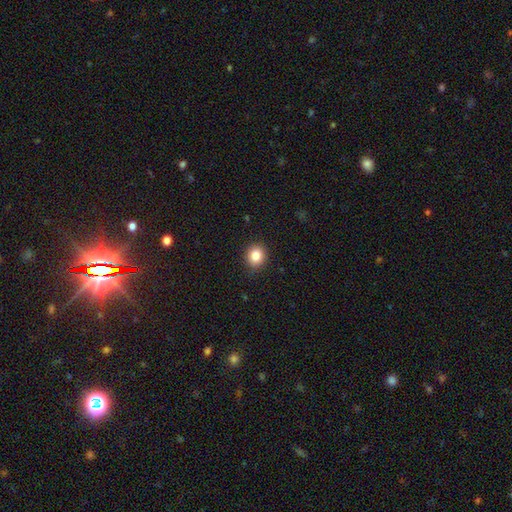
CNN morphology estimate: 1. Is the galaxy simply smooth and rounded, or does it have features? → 84% smooth, 10% star or artifact, 6% featured or disk.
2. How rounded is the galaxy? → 80% round, 19% in between, 1% cigar-shaped.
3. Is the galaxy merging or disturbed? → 89% none, 8% minor disturbance, 2% major disturbance, 1% merger.